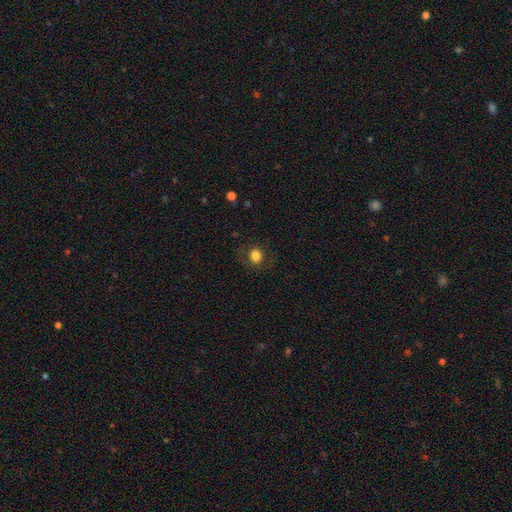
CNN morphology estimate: Smooth or featured?
  - smooth: 79% *
  - featured or disk: 11%
  - star or artifact: 10%
How rounded?
  - round: 70% *
  - in between: 29%
  - cigar-shaped: 1%
Merging?
  - none: 79% *
  - minor disturbance: 13%
  - major disturbance: 7%
  - merger: 1%